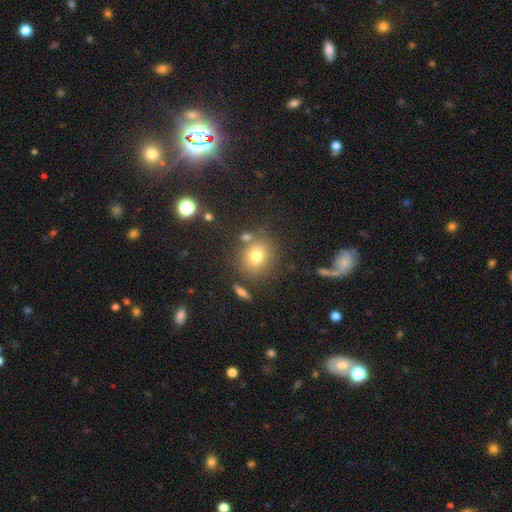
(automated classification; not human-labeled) The model was most divided on "smooth or featured": smooth: 74%, star or artifact: 14%, featured or disk: 12%. More confident: how rounded — round (82%); merging — none (75%).